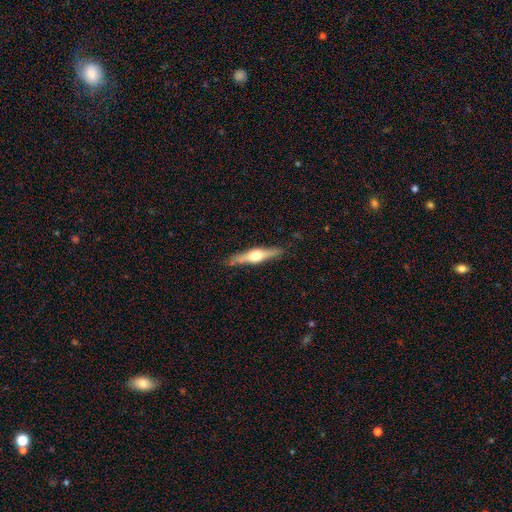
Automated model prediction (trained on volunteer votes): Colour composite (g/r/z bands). It shows a featured or disk galaxy (70%) viewed edge-on (97%) with a rounded central bulge (94%). Merging: none (87%).